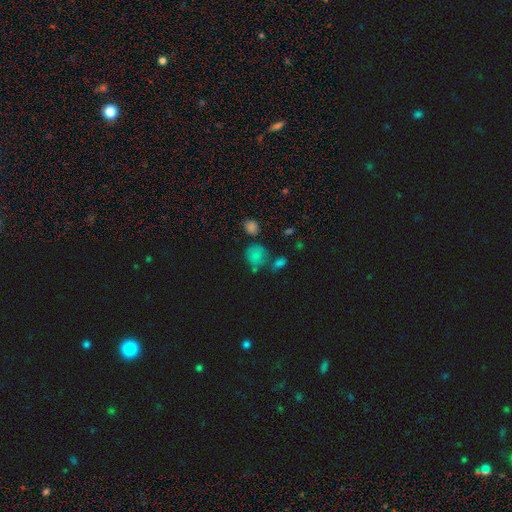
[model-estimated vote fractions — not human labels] Smooth or featured? smooth (56%)
How rounded? round (76%)
Merging? none (56%)